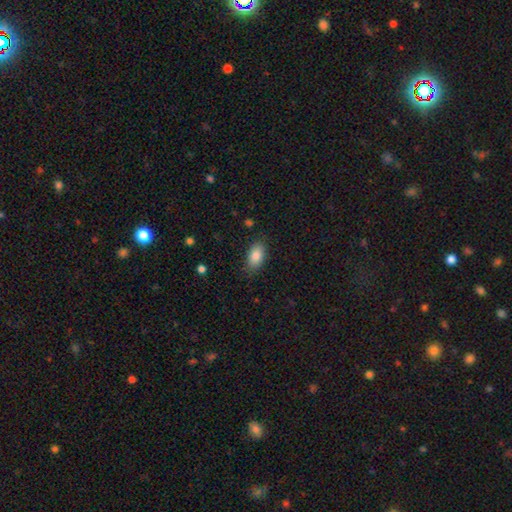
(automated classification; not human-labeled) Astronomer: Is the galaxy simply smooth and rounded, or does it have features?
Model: smooth — 86%.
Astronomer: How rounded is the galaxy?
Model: in between — 92%.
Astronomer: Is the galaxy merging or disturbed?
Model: none — 83%.